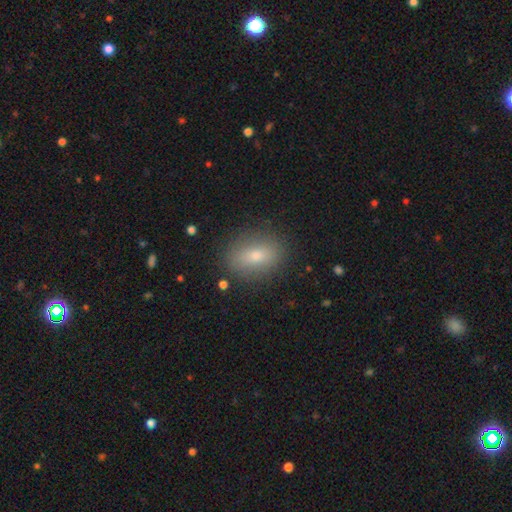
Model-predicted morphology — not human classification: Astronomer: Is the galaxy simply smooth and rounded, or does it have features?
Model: smooth — 73%.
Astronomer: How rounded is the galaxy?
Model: in between — 75%.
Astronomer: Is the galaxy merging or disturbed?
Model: none — 86%.